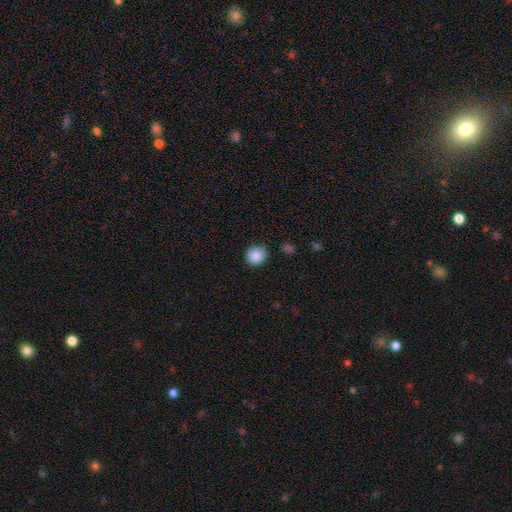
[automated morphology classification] This appears to be a smooth galaxy with no disk features (87%) that is round (88%). Merging: none (77%).